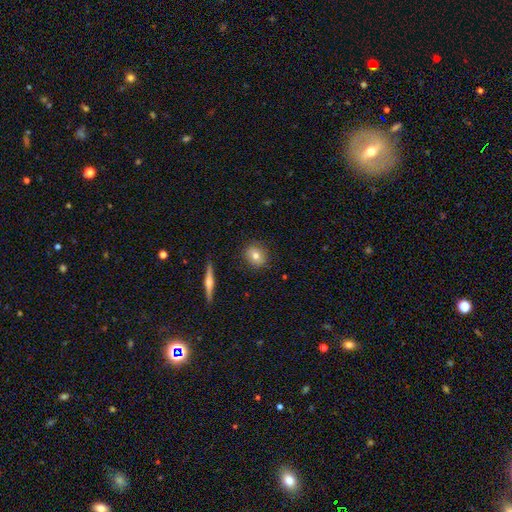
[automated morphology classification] Smooth or featured: smooth — 74% (featured or disk — 18%)
How rounded: round — 71% (in between — 27%)
Merging: none — 87% (minor disturbance — 9%)